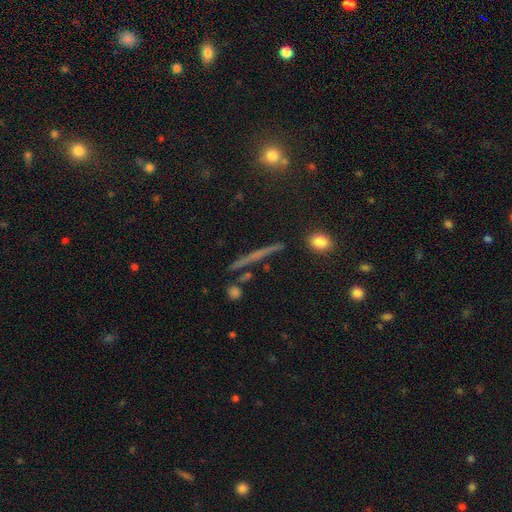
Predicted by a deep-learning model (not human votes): This is possibly a featured or disk galaxy (52%). It is clearly viewed edge-on (94%). Merging: clearly none (86%).